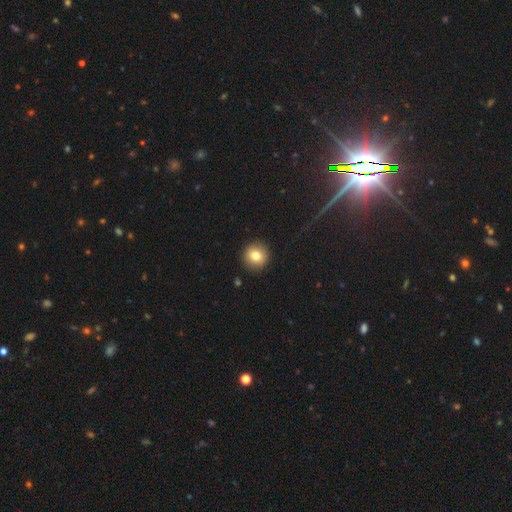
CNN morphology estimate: Smooth or featured: smooth — 80% (featured or disk — 11%)
How rounded: round — 92% (in between — 7%)
Merging: none — 91% (minor disturbance — 6%)